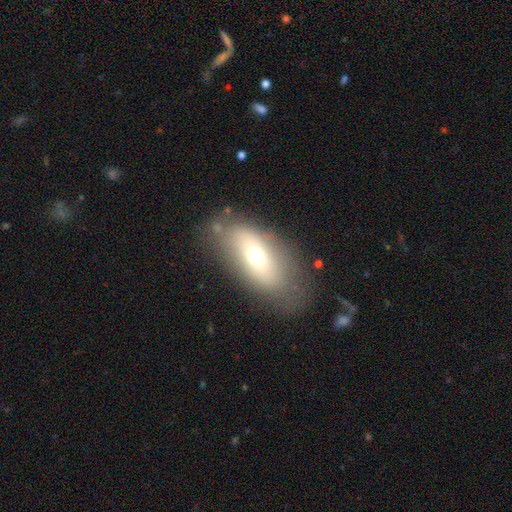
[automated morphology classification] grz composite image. It shows a smooth galaxy with no disk features (55%) that is in between round and cigar-shaped (85%). Merging: none (71%).